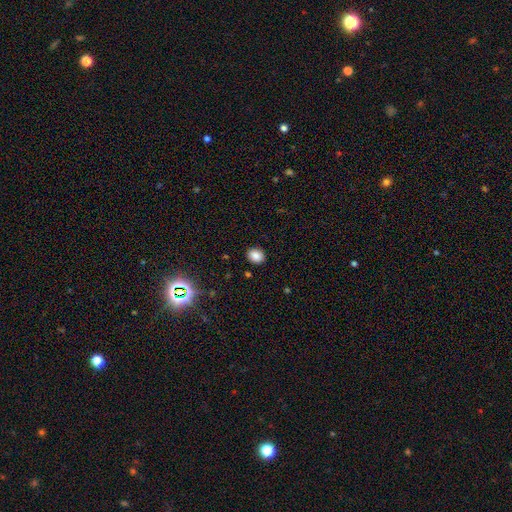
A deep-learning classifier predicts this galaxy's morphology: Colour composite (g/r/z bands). It shows a smooth galaxy with no disk features (85%) that is round (53%). Merging: none (89%).